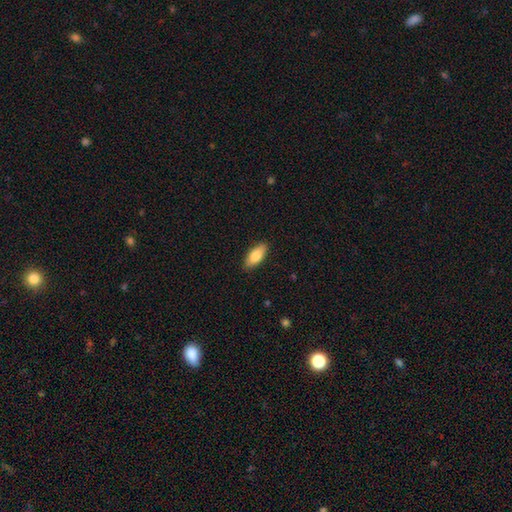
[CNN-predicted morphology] Q: Smooth or featured?
A: smooth (80%); runner-up: featured or disk (14%)
Q: How rounded?
A: in between (83%); runner-up: cigar-shaped (15%)
Q: Merging?
A: none (88%); runner-up: minor disturbance (9%)